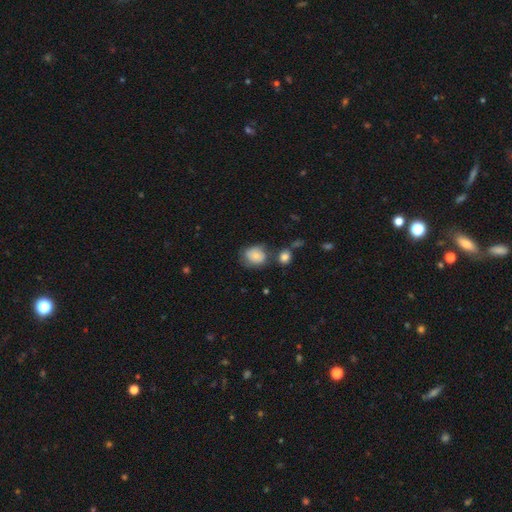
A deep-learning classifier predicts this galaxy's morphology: The model was most divided on "how rounded": round: 65%, in between: 34%, cigar-shaped: 1%. More confident: smooth or featured — smooth (69%); merging — none (55%).